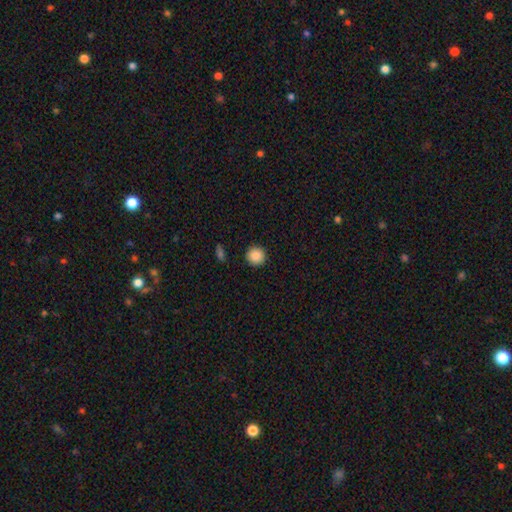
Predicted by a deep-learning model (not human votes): This appears to be a smooth galaxy with no disk features (88%) that is round (94%). Merging: none (92%).